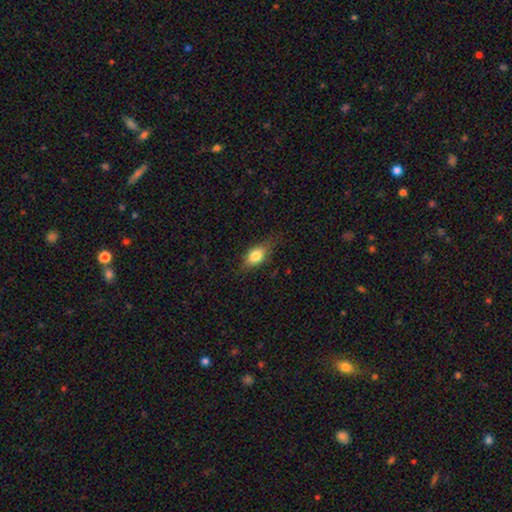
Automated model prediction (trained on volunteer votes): Smooth or featured? Predicted: smooth (p=0.77). How rounded? Predicted: in between (p=0.81). Merging? Predicted: none (p=0.72).